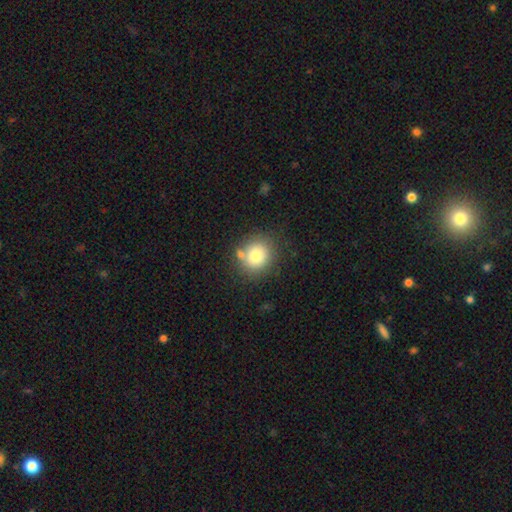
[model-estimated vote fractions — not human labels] Overall: smooth (78%). How rounded: round (83%). Merging: none (73%).